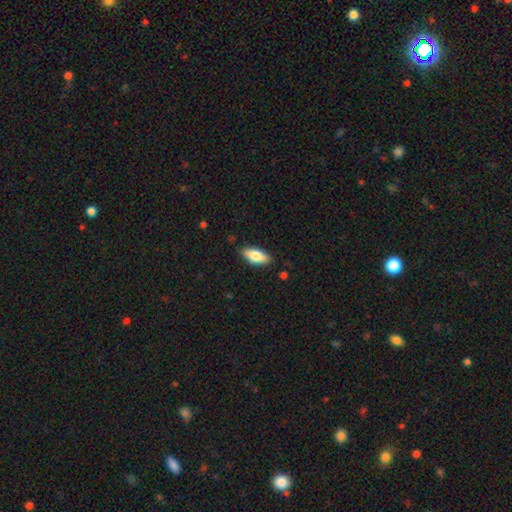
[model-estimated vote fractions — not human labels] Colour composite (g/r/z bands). It shows a smooth galaxy with no disk features (76%) that is in between round and cigar-shaped (82%). Merging: none (84%).